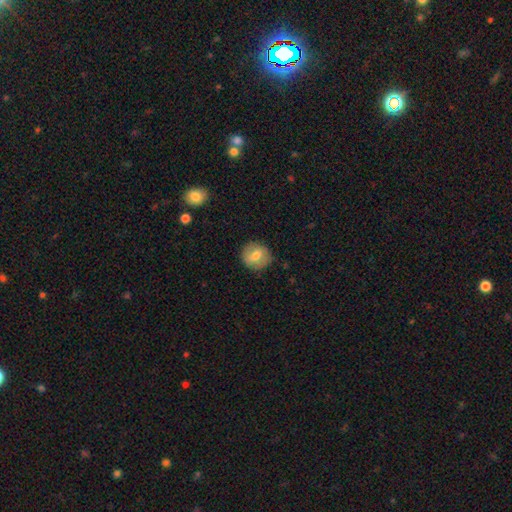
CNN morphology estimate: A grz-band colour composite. It shows a smooth galaxy with no disk features (67%) that is round (87%). Merging: none (84%).